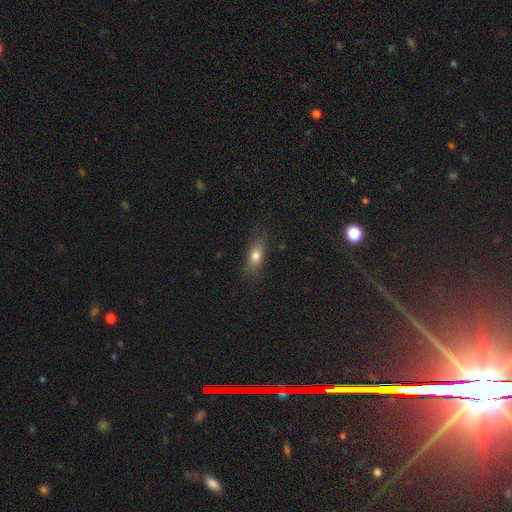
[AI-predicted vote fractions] Smooth or featured?
  - smooth: 77% *
  - featured or disk: 13%
  - star or artifact: 11%
How rounded?
  - in between: 75% *
  - cigar-shaped: 14%
  - round: 11%
Merging?
  - none: 77% *
  - minor disturbance: 16%
  - major disturbance: 5%
  - merger: 1%